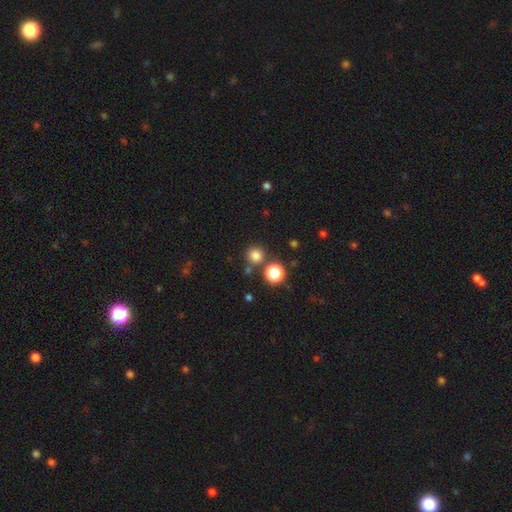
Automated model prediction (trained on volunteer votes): This is likely a smooth galaxy (79%). How rounded: clearly round (93%). Merging: likely none (80%).